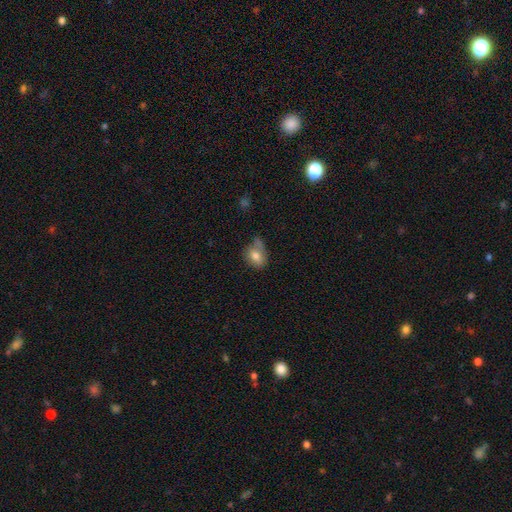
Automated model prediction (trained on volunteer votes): This is likely a smooth galaxy (76%). How rounded: likely in between (65%). Merging: possibly none (47%).